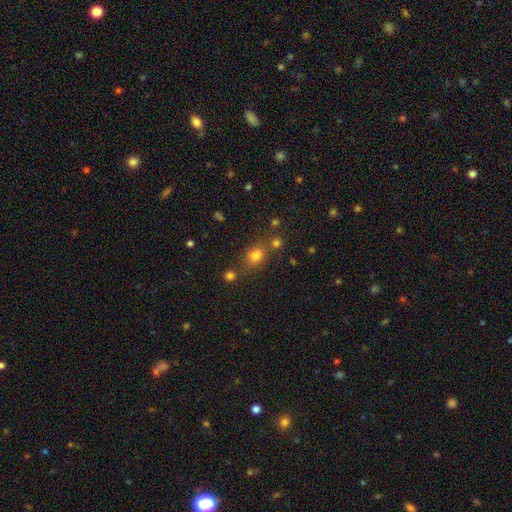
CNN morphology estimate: smooth_or_featured: smooth (p=0.75) [alt: star or artifact p=0.17]
how_rounded: round (p=0.59) [alt: in between p=0.40]
merging: none (p=0.64) [alt: merger p=0.18]